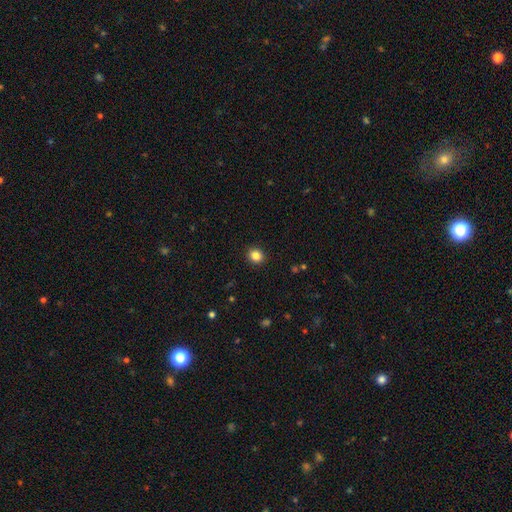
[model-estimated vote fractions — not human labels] smooth-or-featured: smooth: 84% | star or artifact: 11% | featured or disk: 5%
  how-rounded: round: 80% | in between: 19% | cigar-shaped: 1%
  merging: none: 92% | minor disturbance: 6% | major disturbance: 2% | merger: 1%